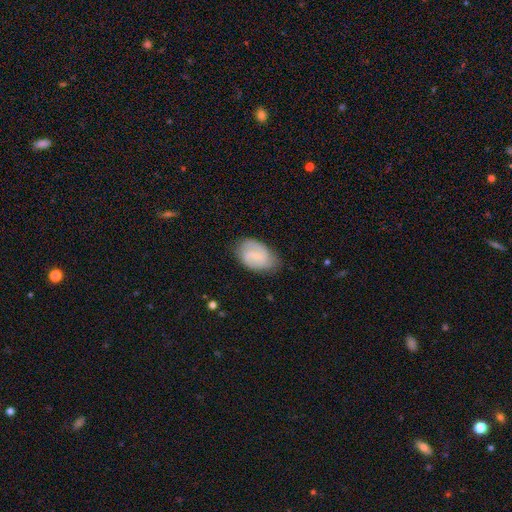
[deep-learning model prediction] Smooth or featured?
  - featured or disk: 62% *
  - smooth: 32%
  - star or artifact: 6%
Edge-on disk?
  - no: 97% *
  - yes: 3%
Bar?
  - weak: 53% *
  - no: 35%
  - strong: 12%
Spiral arms?
  - yes: 93% *
  - no: 7%
Spiral winding?
  - medium: 48% *
  - tight: 32%
  - loose: 20%
Spiral arm count?
  - 2: 79% *
  - can't tell: 11%
  - 3: 4%
  - 1: 3%
  - 4: 1%
  - more than 4: 1%
Bulge size?
  - small: 57% *
  - none: 24%
  - moderate: 16%
  - large: 1%
  - dominant: 1%
Merging?
  - none: 74% *
  - minor disturbance: 20%
  - major disturbance: 5%
  - merger: 1%